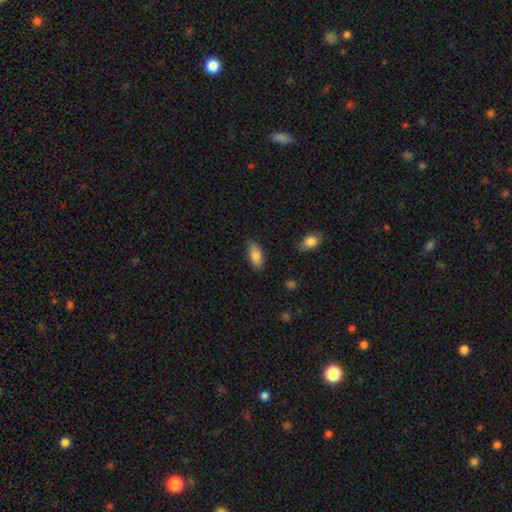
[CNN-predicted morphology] Overall: smooth (84%). How rounded: in between (90%). Merging: none (80%).